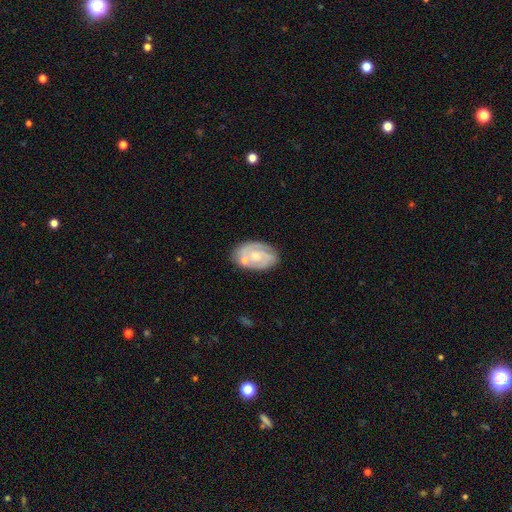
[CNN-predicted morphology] Q: Smooth or featured?
A: featured or disk (70%); runner-up: smooth (25%)
Q: Edge-on disk?
A: no (96%); runner-up: yes (4%)
Q: Bar?
A: no (70%); runner-up: weak (26%)
Q: Spiral arms?
A: yes (85%); runner-up: no (15%)
Q: Spiral winding?
A: tight (55%); runner-up: medium (34%)
Q: Spiral arm count?
A: 2 (50%); runner-up: can't tell (24%)
Q: Bulge size?
A: small (52%); runner-up: moderate (39%)
Q: Merging?
A: none (65%); runner-up: minor disturbance (19%)